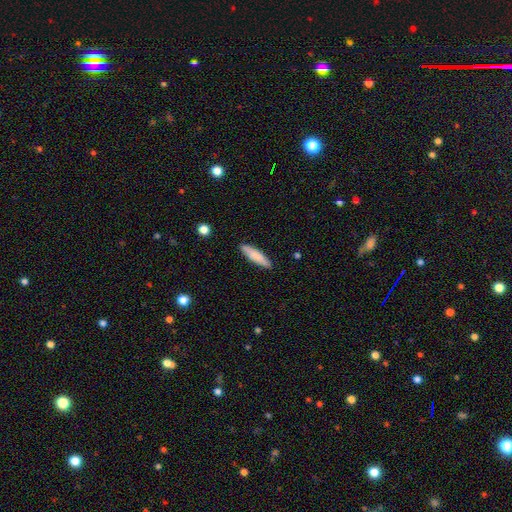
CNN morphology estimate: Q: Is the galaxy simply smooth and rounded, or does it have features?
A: smooth — 80%.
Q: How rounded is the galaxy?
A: cigar-shaped — 75%.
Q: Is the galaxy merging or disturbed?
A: none — 88%.